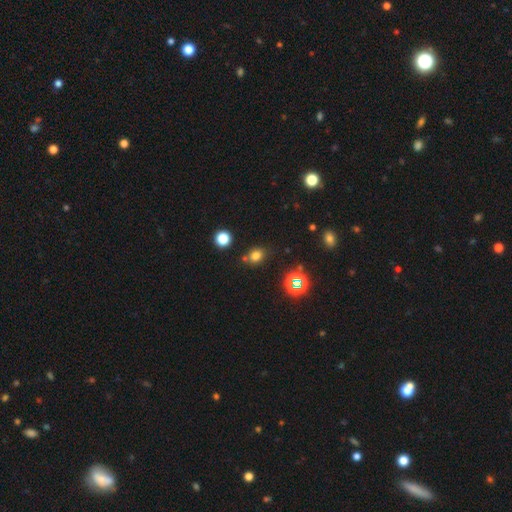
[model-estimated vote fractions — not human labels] A smooth galaxy with no disk features (71%) that is round (59%).

Vote fractions:
- Smooth or featured? smooth: 71% / star or artifact: 22% / featured or disk: 7%
- How rounded? round: 59% / in between: 40% / cigar-shaped: 1%
- Merging? none: 70% / merger: 13% / minor disturbance: 13% / major disturbance: 4%